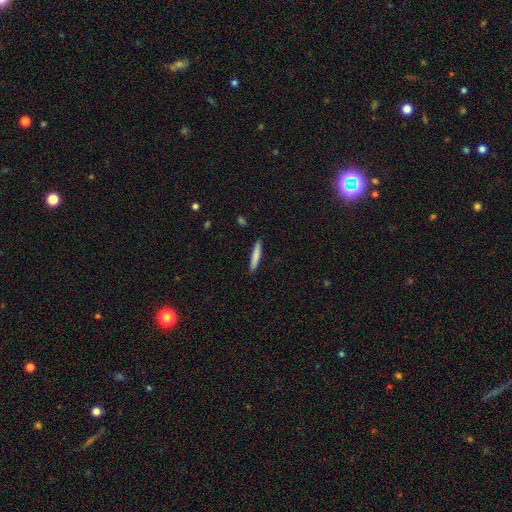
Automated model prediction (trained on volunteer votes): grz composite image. It shows a smooth galaxy with no disk features (79%) that is cigar-shaped (93%). Merging: none (91%).